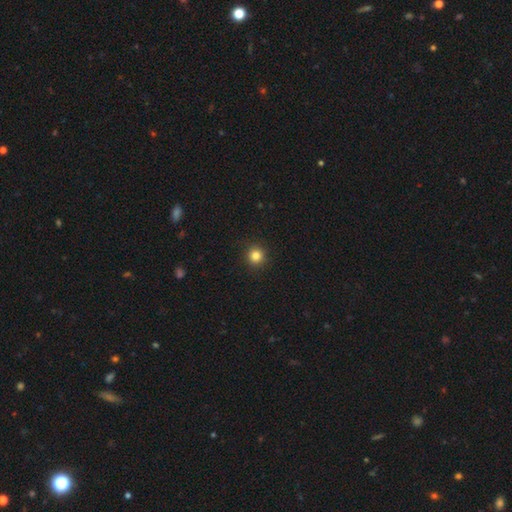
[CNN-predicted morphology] type=smooth (83%); roundness=round (95%); merging=none (93%).